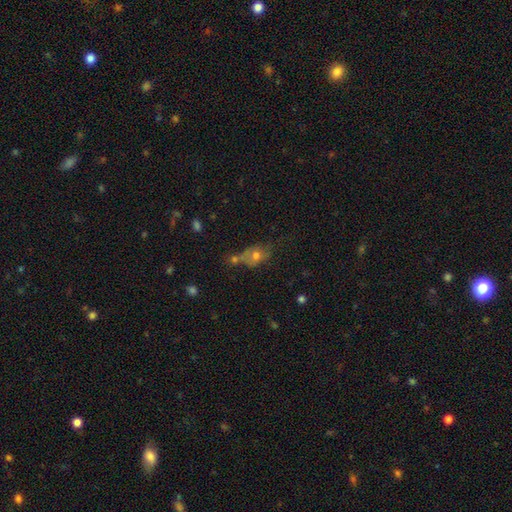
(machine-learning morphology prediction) smooth 61%, featured or disk 25%, star or artifact 14%. Down the decision tree: how rounded — in between (66%); merging — none (38%).